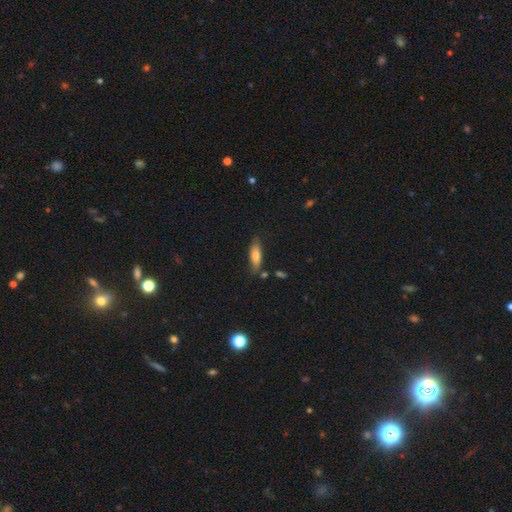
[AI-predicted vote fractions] A smooth galaxy with no disk features (73%) that is in between round and cigar-shaped (59%). Merging: none (75%).